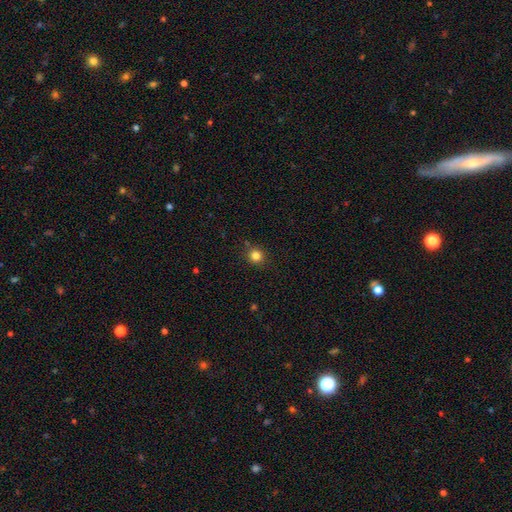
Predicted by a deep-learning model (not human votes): Q: Smooth or featured?
A: smooth (82%); runner-up: star or artifact (13%)
Q: How rounded?
A: round (90%); runner-up: in between (9%)
Q: Merging?
A: none (87%); runner-up: minor disturbance (9%)